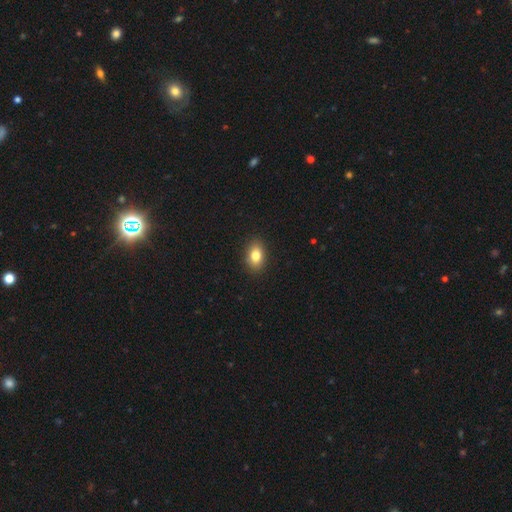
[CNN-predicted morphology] Smooth or featured: smooth — 83% (star or artifact — 9%)
How rounded: in between — 84% (round — 15%)
Merging: none — 90% (minor disturbance — 7%)